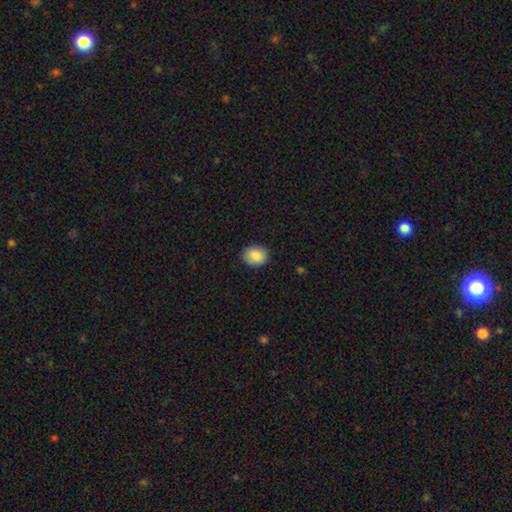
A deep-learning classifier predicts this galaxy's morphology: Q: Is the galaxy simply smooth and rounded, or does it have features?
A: smooth — 87%.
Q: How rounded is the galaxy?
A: in between — 53%.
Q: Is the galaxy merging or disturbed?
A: none — 88%.